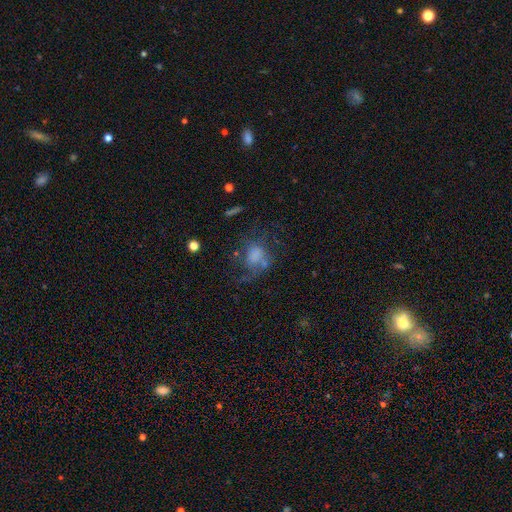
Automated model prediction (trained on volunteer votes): Smooth or featured? smooth (48%)
Merging? none (36%, tied with major disturbance)